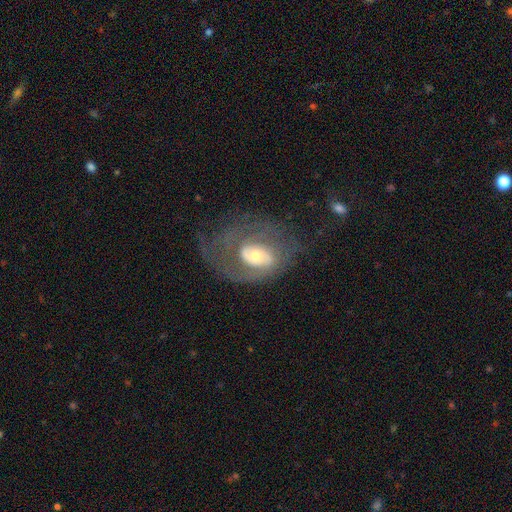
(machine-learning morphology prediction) This appears to be a featured or disk galaxy (71%) with no bar (62%), 2 (40%) medium (39%, tied with tight) spiral arms (76%) and a moderate central bulge (55%). Merging: none (44%).